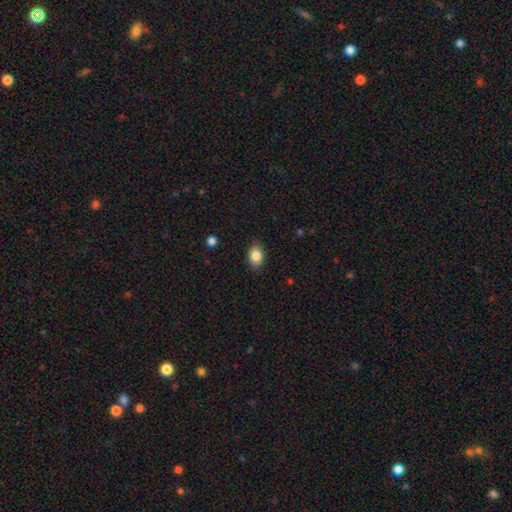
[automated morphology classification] A smooth galaxy with no disk features (85%) that is in between round and cigar-shaped (82%).

Vote fractions:
- Smooth or featured? smooth: 85% / star or artifact: 8% / featured or disk: 7%
- How rounded? in between: 82% / round: 17% / cigar-shaped: 1%
- Merging? none: 87% / minor disturbance: 10% / major disturbance: 2% / merger: 1%